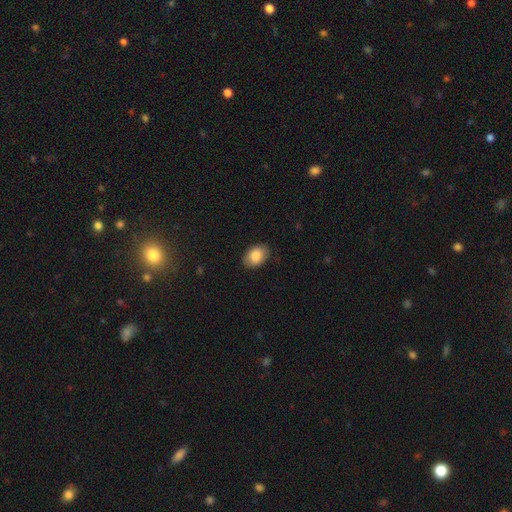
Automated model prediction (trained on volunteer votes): Q: Smooth or featured?
A: smooth (86%); runner-up: featured or disk (7%)
Q: How rounded?
A: in between (85%); runner-up: round (14%)
Q: Merging?
A: none (85%); runner-up: minor disturbance (12%)